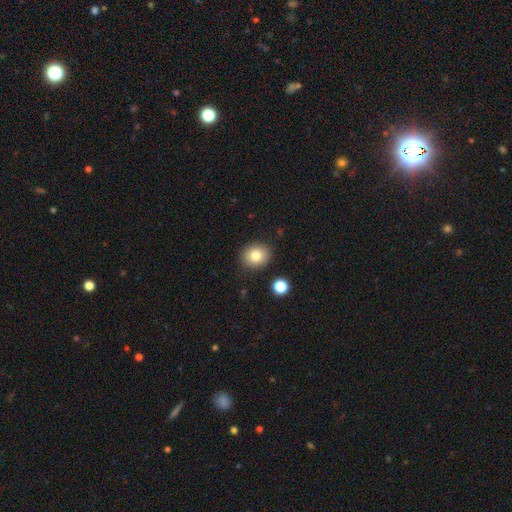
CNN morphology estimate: smooth_or_featured: smooth (p=0.81) [alt: star or artifact p=0.10]
how_rounded: round (p=0.72) [alt: in between p=0.27]
merging: none (p=0.88) [alt: minor disturbance p=0.08]